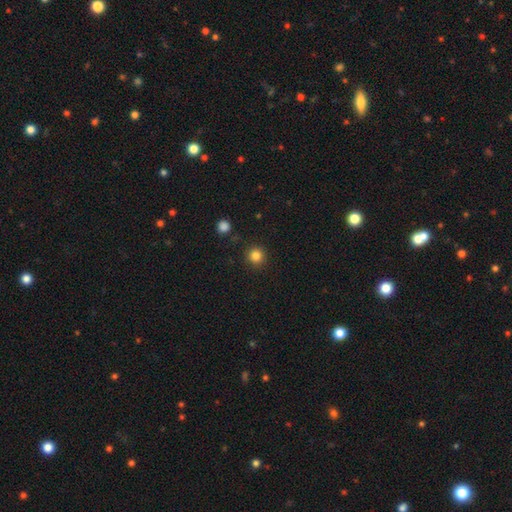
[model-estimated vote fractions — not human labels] A smooth galaxy with no disk features (83%) that is round (94%).

Vote fractions:
- Smooth or featured? smooth: 83% / star or artifact: 13% / featured or disk: 4%
- How rounded? round: 94% / in between: 5% / cigar-shaped: 1%
- Merging? none: 90% / minor disturbance: 6% / major disturbance: 2% / merger: 2%